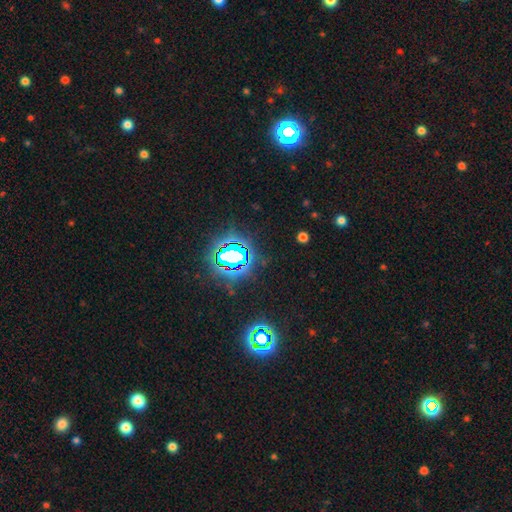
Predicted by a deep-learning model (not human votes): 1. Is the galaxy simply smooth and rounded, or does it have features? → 82% star or artifact, 11% smooth, 6% featured or disk.